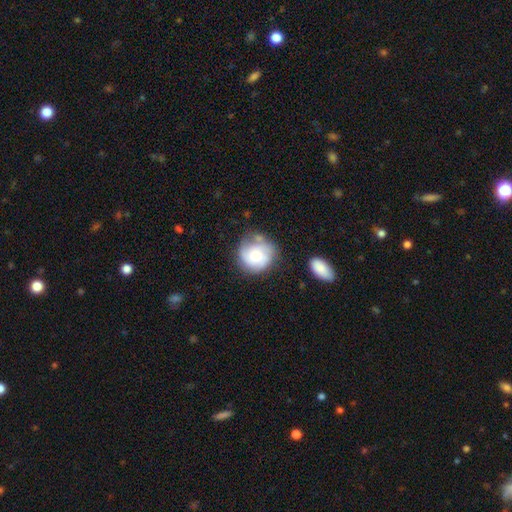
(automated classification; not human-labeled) smooth-or-featured: smooth: 49% | featured or disk: 44% | star or artifact: 7%
  merging: none: 58% | minor disturbance: 24% | major disturbance: 9% | merger: 8%